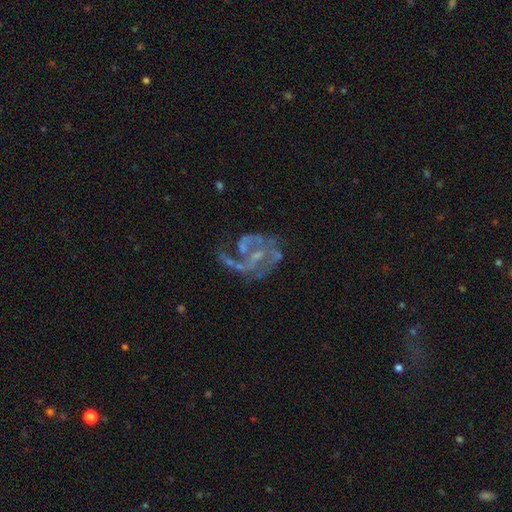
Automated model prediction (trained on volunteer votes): smooth_or_featured: featured or disk (p=0.82) [alt: star or artifact p=0.09]
disk_edge_on: no (p=0.98) [alt: yes p=0.02]
bar: no (p=0.49) [alt: weak p=0.40]
has_spiral_arms: yes (p=0.75) [alt: no p=0.25]
spiral_winding: medium (p=0.44) [alt: loose p=0.35]
spiral_arm_count: 2 (p=0.40) [alt: 1 p=0.21]
bulge_size: small (p=0.44) [alt: none p=0.28]
merging: none (p=0.40) [alt: major disturbance p=0.34]